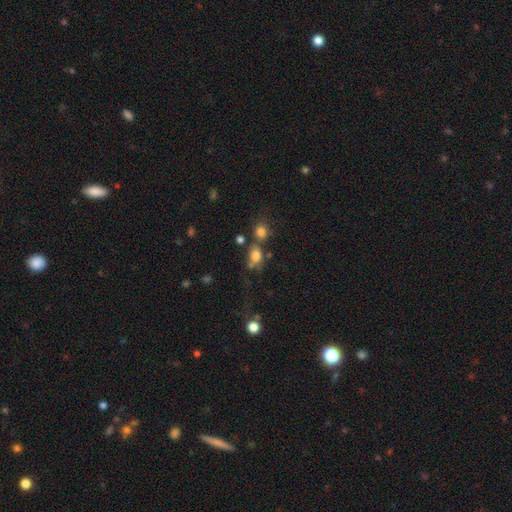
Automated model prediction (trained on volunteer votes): Smooth or featured? smooth (76%)
How rounded? in between (60%)
Merging? none (48%)